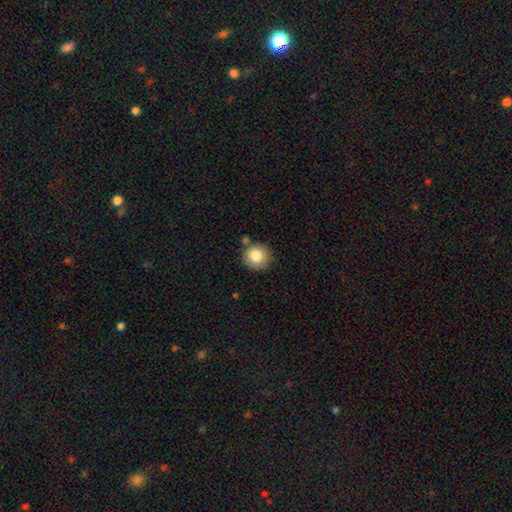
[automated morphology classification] smooth_or_featured: smooth (p=0.82) [alt: star or artifact p=0.10]
how_rounded: round (p=0.92) [alt: in between p=0.07]
merging: none (p=0.78) [alt: minor disturbance p=0.11]